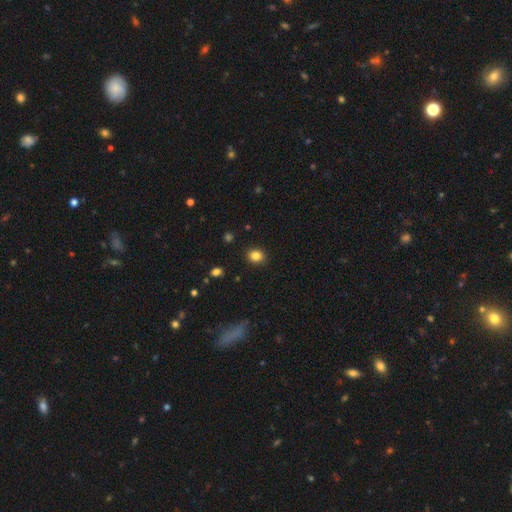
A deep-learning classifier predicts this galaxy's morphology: This appears to be a smooth galaxy with no disk features (84%) that is round (65%). Merging: none (90%).